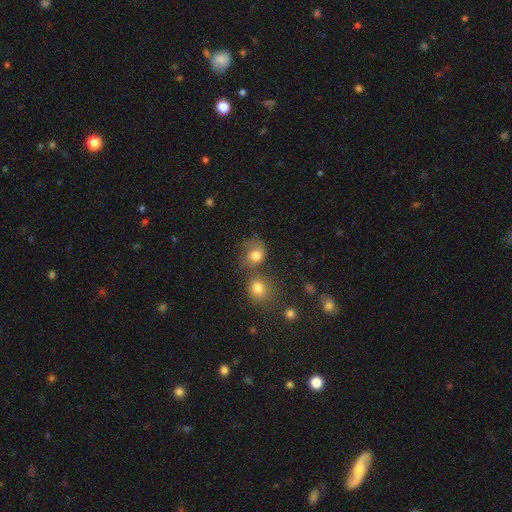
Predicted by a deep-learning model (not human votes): Overall: smooth (70%). How rounded: round (67%; in between 32%). Merging: none (35%; merger 33%).